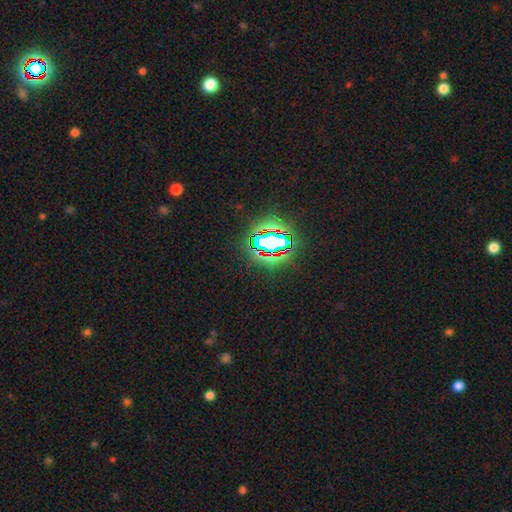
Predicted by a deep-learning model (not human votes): smooth_or_featured: star or artifact (p=0.84) [alt: smooth p=0.09]